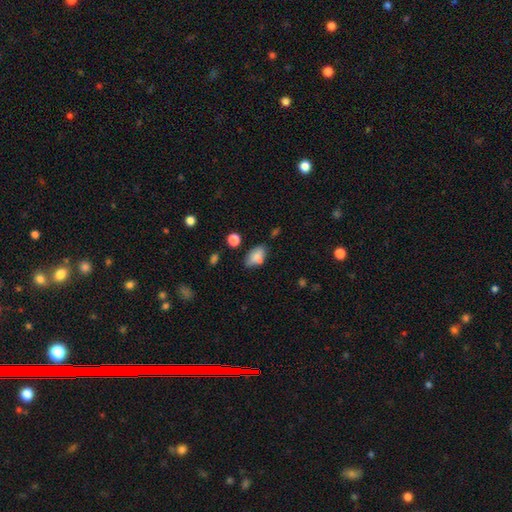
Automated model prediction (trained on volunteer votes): Overall: smooth (76%). How rounded: in between (88%). Merging: none (54%; minor disturbance 24%).